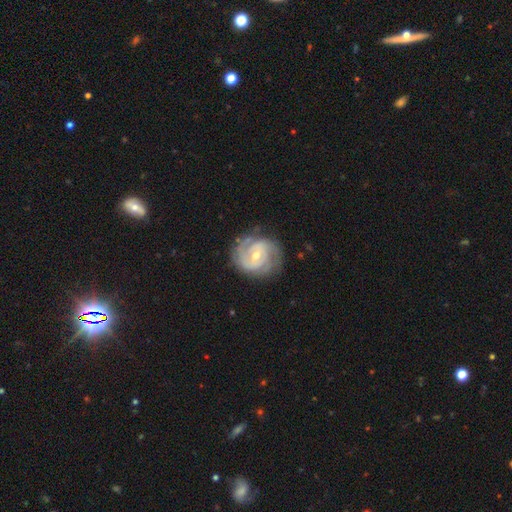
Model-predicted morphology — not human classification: Smooth or featured: featured or disk — 85% (smooth — 10%)
Edge-on disk: no — 98% (yes — 2%)
Bar: weak — 46% (no — 43%)
Spiral arms: yes — 95% (no — 5%)
Spiral winding: tight — 60% (medium — 32%)
Spiral arm count: 2 — 52% (can't tell — 19%)
Bulge size: moderate — 50% (small — 47%)
Merging: none — 74% (minor disturbance — 18%)